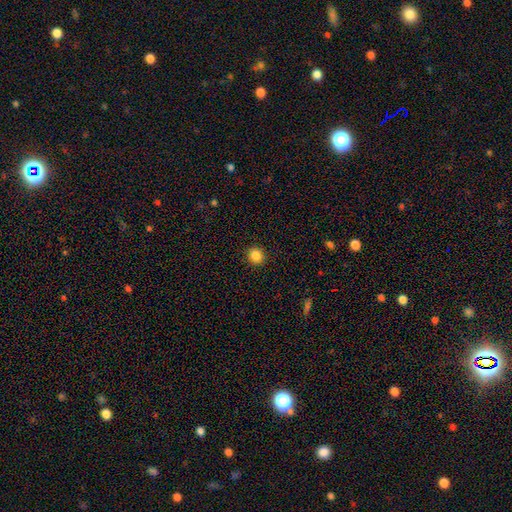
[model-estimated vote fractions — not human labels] A smooth galaxy with no disk features (85%) that is round (90%).

Vote fractions:
- Smooth or featured? smooth: 85% / star or artifact: 11% / featured or disk: 4%
- How rounded? round: 90% / in between: 9% / cigar-shaped: 1%
- Merging? none: 92% / minor disturbance: 5% / major disturbance: 2% / merger: 1%